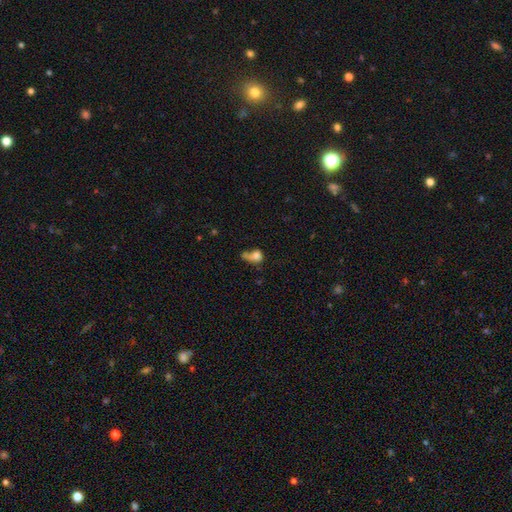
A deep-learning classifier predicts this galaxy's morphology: Smooth or featured? smooth (71%)
How rounded? round (49%)
Merging? merger (29%)